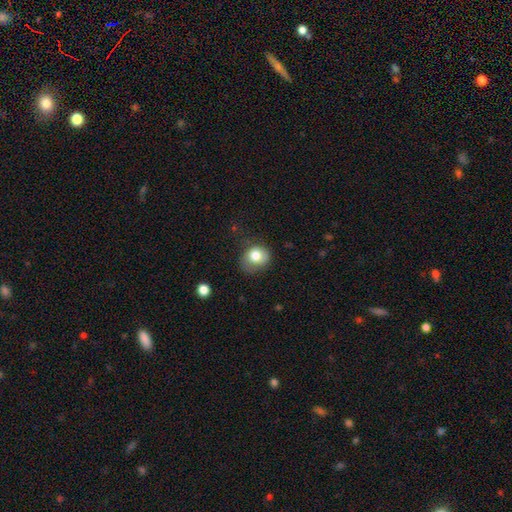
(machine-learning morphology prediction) A smooth galaxy with no disk features (79%) that is round (65%). Merging: none (52%).